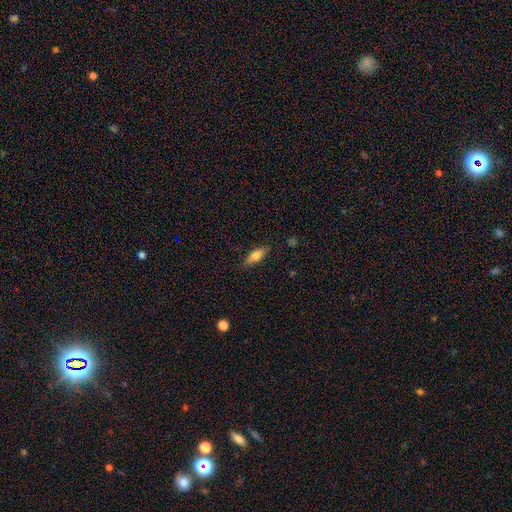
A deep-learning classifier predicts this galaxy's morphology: smooth_or_featured: smooth (p=0.68) [alt: featured or disk p=0.25]
how_rounded: in between (p=0.63) [alt: cigar-shaped p=0.35]
merging: none (p=0.85) [alt: minor disturbance p=0.11]